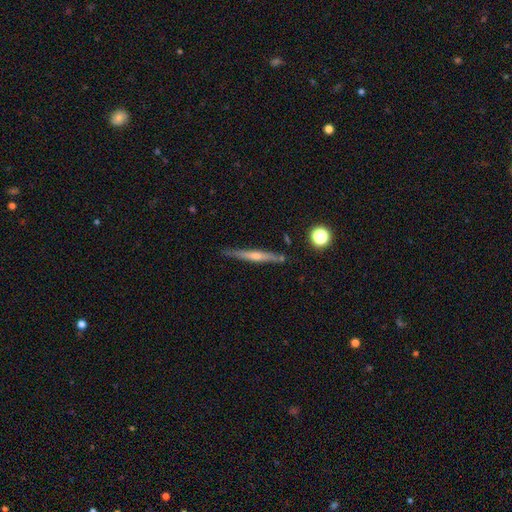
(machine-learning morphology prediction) smooth-or-featured: featured or disk: 65% | smooth: 28% | star or artifact: 7%
  disk-edge-on: yes: 97% | no: 3%
    edge-on-bulge: rounded: 71% | none: 22% | boxy: 6%
  merging: none: 84% | minor disturbance: 11% | merger: 3% | major disturbance: 2%